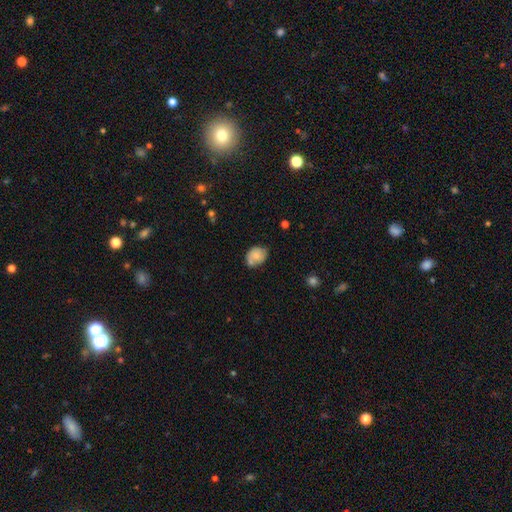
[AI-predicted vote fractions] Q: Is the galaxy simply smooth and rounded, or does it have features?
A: smooth — 65%.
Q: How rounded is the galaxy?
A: in between — 53%.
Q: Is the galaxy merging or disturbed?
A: none — 50%.